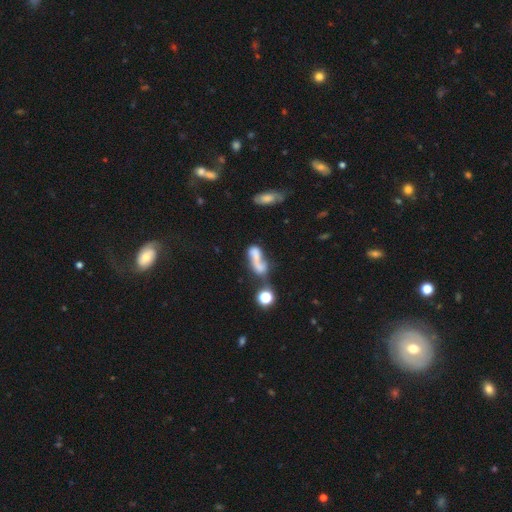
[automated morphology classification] smooth 54%, featured or disk 33%, star or artifact 14%. Down the decision tree: how rounded — in between (63%); merging — merger (49%).